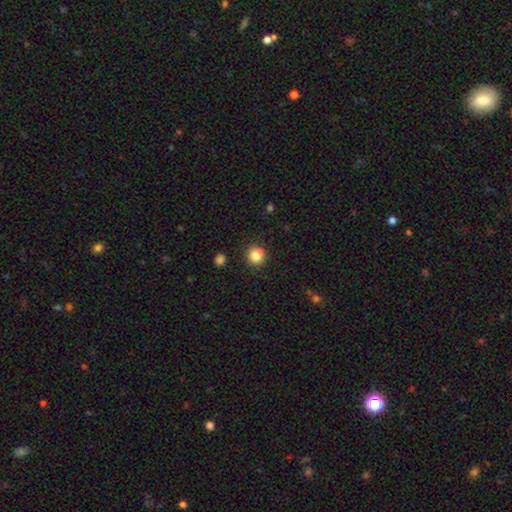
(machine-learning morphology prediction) Smooth or featured? Predicted: smooth (p=0.85). How rounded? Predicted: round (p=0.92). Merging? Predicted: none (p=0.90).